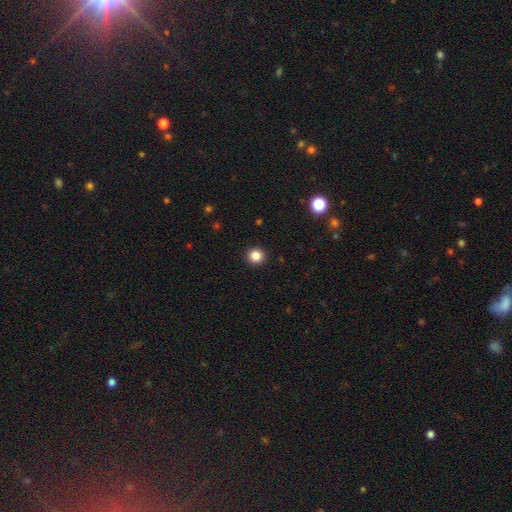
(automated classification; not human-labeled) Smooth or featured? smooth (85%)
How rounded? round (93%)
Merging? none (93%)